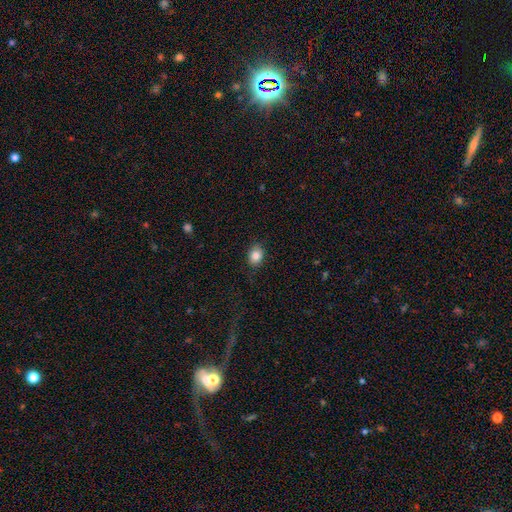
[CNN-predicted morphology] A smooth galaxy with no disk features (84%) that is in between round and cigar-shaped (62%). Merging: none (85%).